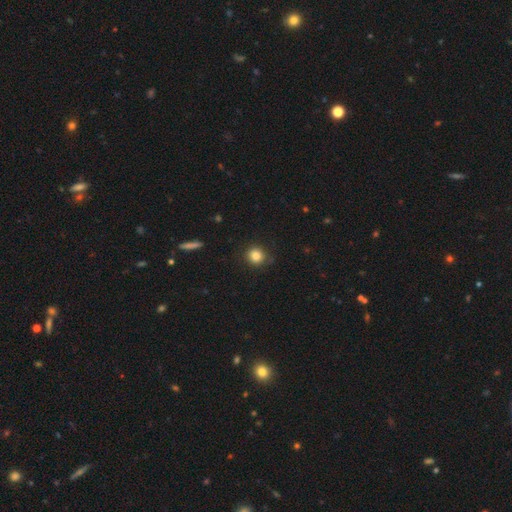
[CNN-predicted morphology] smooth-or-featured: smooth: 85% | star or artifact: 10% | featured or disk: 5%
  how-rounded: round: 88% | in between: 11% | cigar-shaped: 1%
  merging: none: 85% | minor disturbance: 10% | major disturbance: 3% | merger: 1%